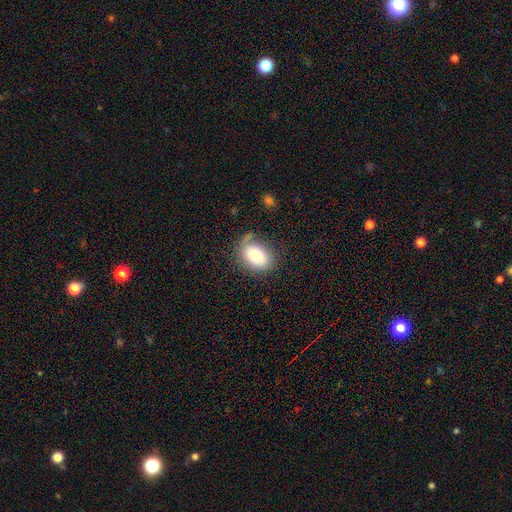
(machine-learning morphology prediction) A smooth galaxy with no disk features (78%) that is in between round and cigar-shaped (80%). Merging: none (63%).